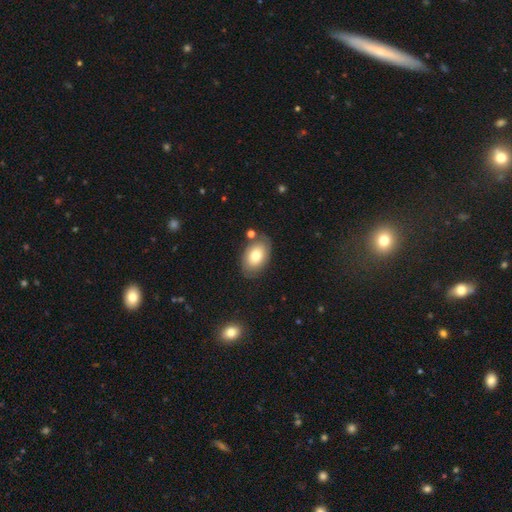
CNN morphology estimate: Smooth or featured? smooth (72%)
How rounded? in between (87%)
Merging? none (75%)